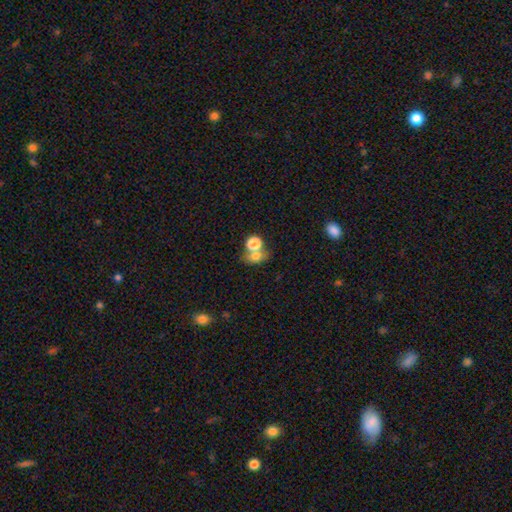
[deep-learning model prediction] Smooth or featured? Predicted: smooth (p=0.71). How rounded? Predicted: round (p=0.53). Merging? Predicted: merger (p=0.48).